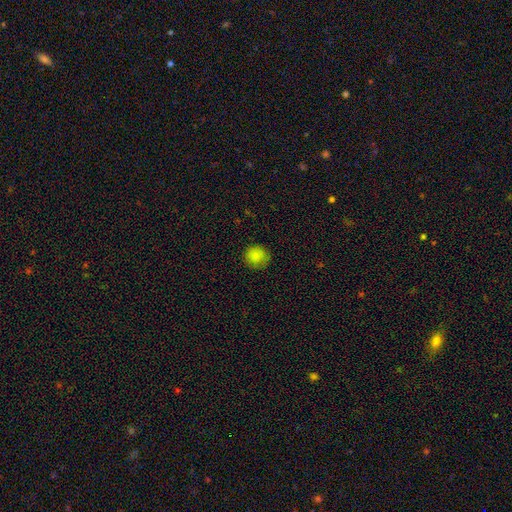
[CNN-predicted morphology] A smooth galaxy with no disk features (85%) that is round (92%). Merging: none (86%).